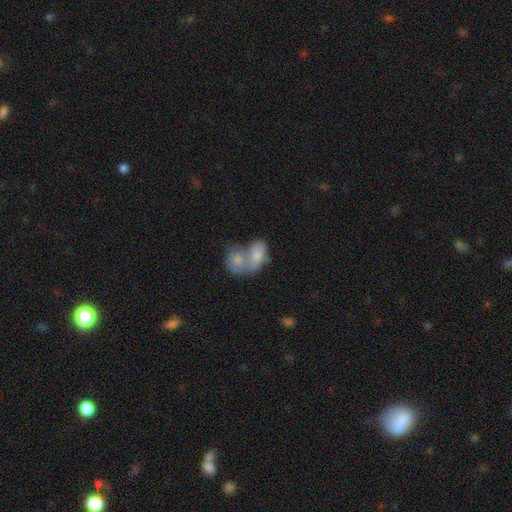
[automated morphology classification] smooth_or_featured: smooth (p=0.73) [alt: featured or disk p=0.19]
how_rounded: in between (p=0.81) [alt: round p=0.17]
merging: merger (p=0.76) [alt: none p=0.12]